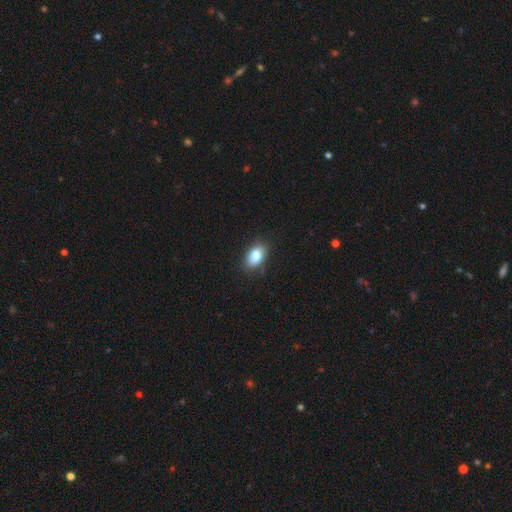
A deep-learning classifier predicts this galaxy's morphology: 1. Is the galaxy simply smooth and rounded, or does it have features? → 83% smooth, 9% star or artifact, 9% featured or disk.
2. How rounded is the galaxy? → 85% in between, 13% round, 2% cigar-shaped.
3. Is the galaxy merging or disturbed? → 84% none, 12% minor disturbance, 3% major disturbance, 1% merger.